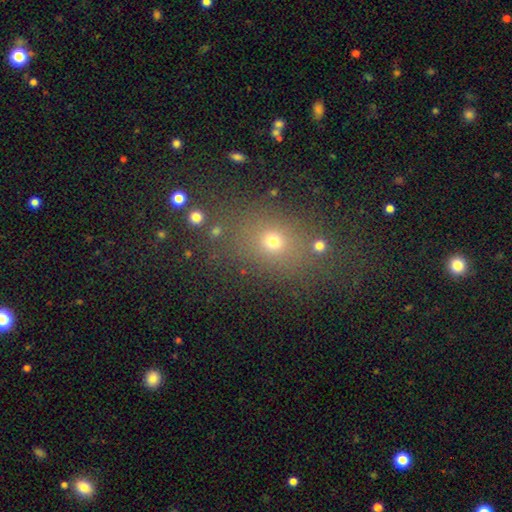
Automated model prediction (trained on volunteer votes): A smooth galaxy with no disk features (56%) that is round (50%). Merging: none (80%).